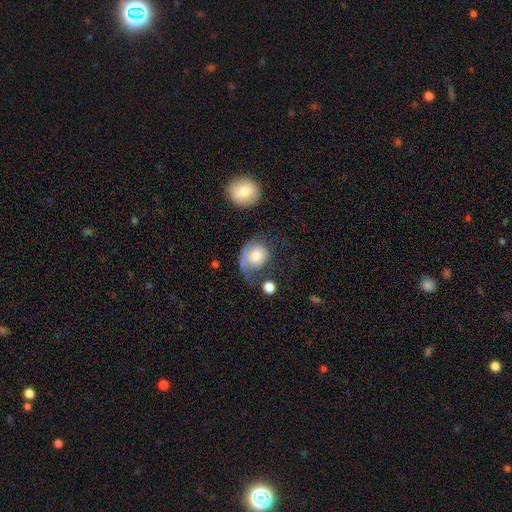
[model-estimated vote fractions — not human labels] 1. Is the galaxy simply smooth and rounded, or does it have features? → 63% smooth, 30% featured or disk, 7% star or artifact.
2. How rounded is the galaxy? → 62% round, 37% in between, 1% cigar-shaped.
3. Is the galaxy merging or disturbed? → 44% major disturbance, 26% none, 23% minor disturbance, 7% merger.